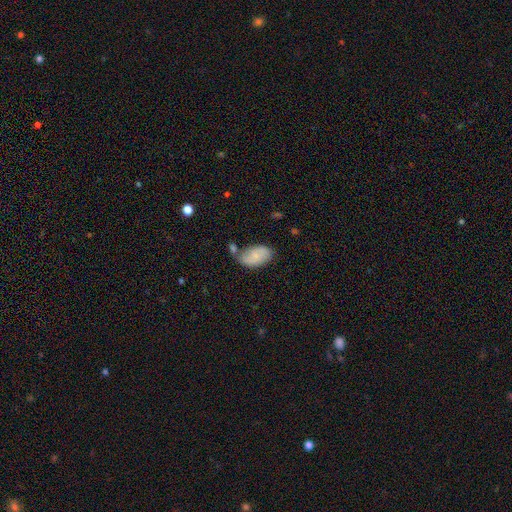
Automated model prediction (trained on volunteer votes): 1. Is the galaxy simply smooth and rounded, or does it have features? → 63% smooth, 29% featured or disk, 7% star or artifact.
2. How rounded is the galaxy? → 93% in between, 5% round, 2% cigar-shaped.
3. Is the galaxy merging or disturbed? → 50% none, 26% minor disturbance, 16% merger, 8% major disturbance.